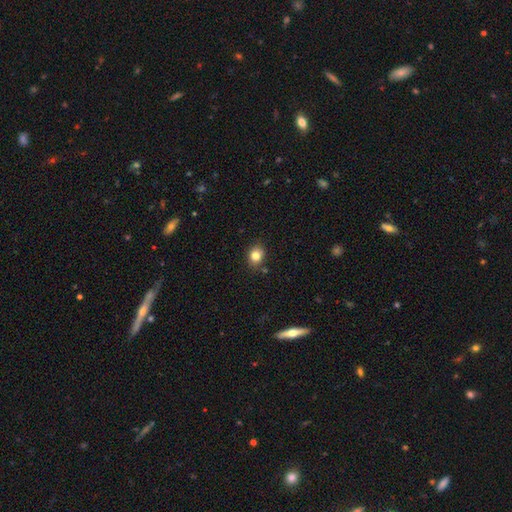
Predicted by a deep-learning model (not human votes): Smooth or featured? Predicted: smooth (p=0.82). How rounded? Predicted: round (p=0.59). Merging? Predicted: none (p=0.83).